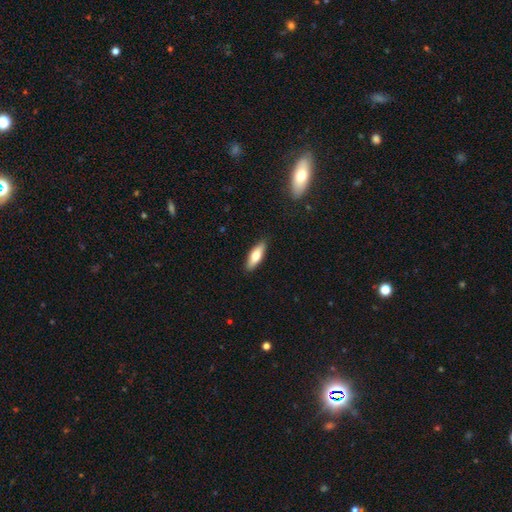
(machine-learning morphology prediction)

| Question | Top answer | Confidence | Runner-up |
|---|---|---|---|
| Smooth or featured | smooth | 70% | featured or disk (24%) |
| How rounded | in between | 58% | cigar-shaped (40%) |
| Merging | none | 88% | minor disturbance (9%) |